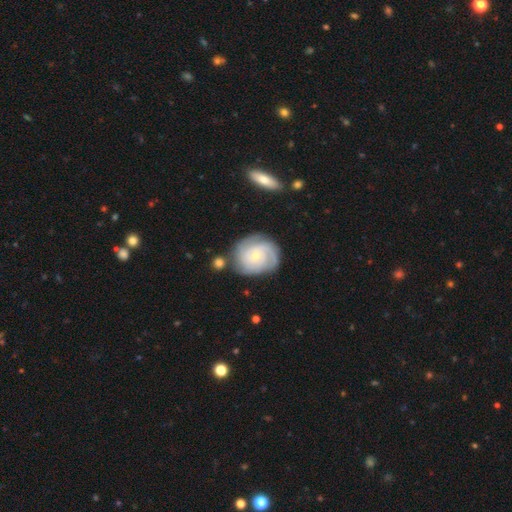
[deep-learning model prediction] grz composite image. It shows a featured or disk galaxy (82%) with no bar (71%), 3 (32%) tight (71%) spiral arms (96%) and a small central bulge (71%). Merging: none (75%).